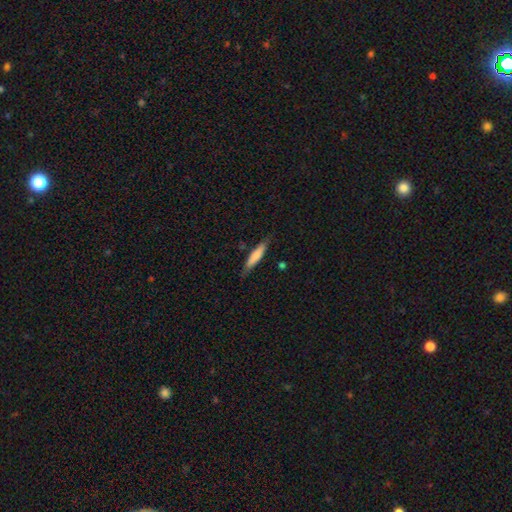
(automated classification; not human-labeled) A smooth galaxy with no disk features (70%) that is cigar-shaped (86%). Merging: none (79%).